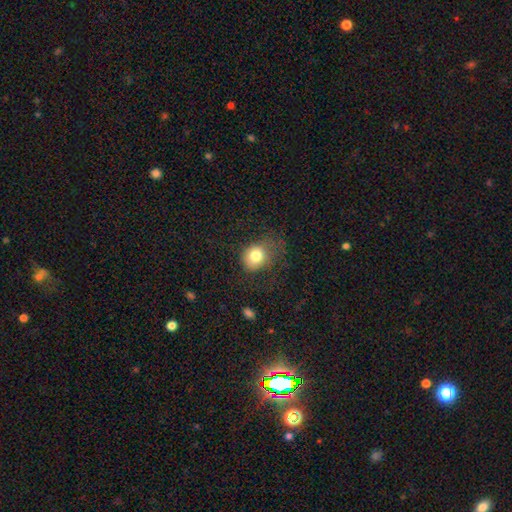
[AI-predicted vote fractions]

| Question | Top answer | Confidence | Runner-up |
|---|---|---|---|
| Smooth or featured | smooth | 79% | star or artifact (11%) |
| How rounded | round | 60% | in between (39%) |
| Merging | none | 54% | minor disturbance (26%) |